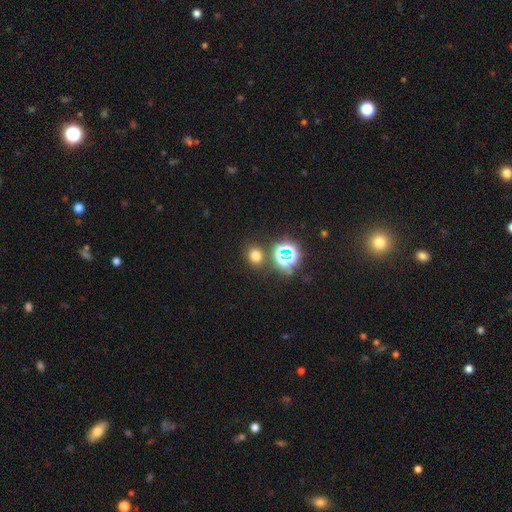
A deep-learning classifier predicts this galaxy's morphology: This is likely a smooth galaxy (67%). How rounded: likely round (72%). Merging: clearly none (82%).